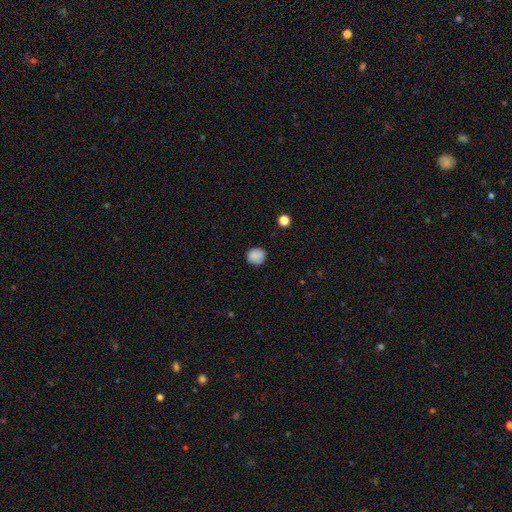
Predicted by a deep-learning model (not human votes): The model was most divided on "how rounded": round: 86%, in between: 13%, cigar-shaped: 1%. More confident: smooth or featured — smooth (86%); merging — none (85%).